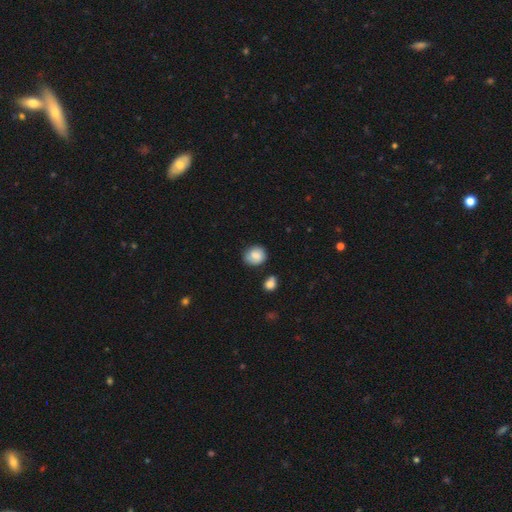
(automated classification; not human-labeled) The model was most divided on "how rounded": round: 73%, in between: 26%, cigar-shaped: 1%. More confident: smooth or featured — smooth (80%); merging — none (71%).